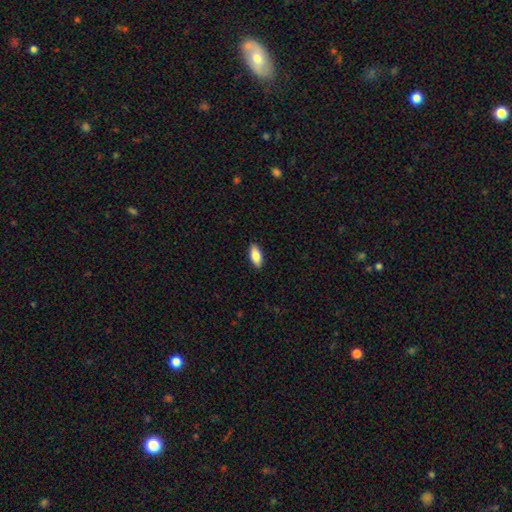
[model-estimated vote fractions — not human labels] smooth-or-featured: smooth: 83% | featured or disk: 11% | star or artifact: 6%
  how-rounded: in between: 86% | cigar-shaped: 11% | round: 2%
  merging: none: 90% | minor disturbance: 7% | major disturbance: 2% | merger: 1%